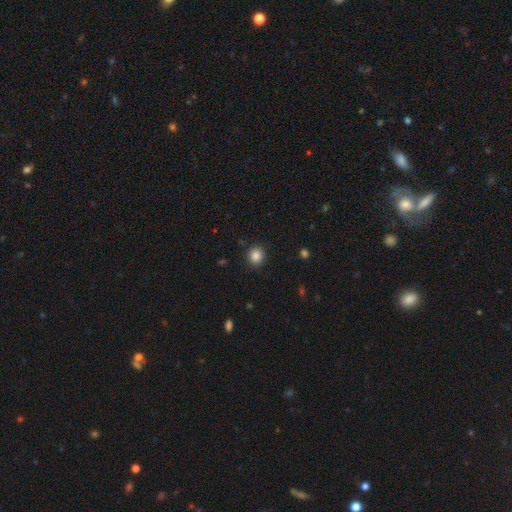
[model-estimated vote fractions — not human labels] smooth 86%, star or artifact 10%, featured or disk 4%. Down the decision tree: how rounded — round (87%); merging — none (90%).